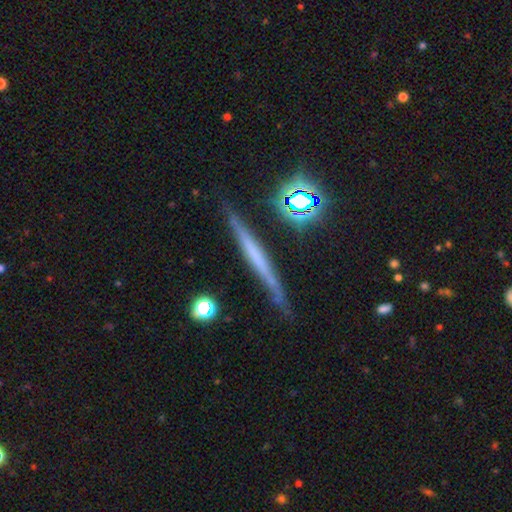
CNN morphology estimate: Overall: featured or disk (56%; smooth 32%). Edge-on disk: yes (96%). Edge-on bulge: none (82%). Merging: none (85%).